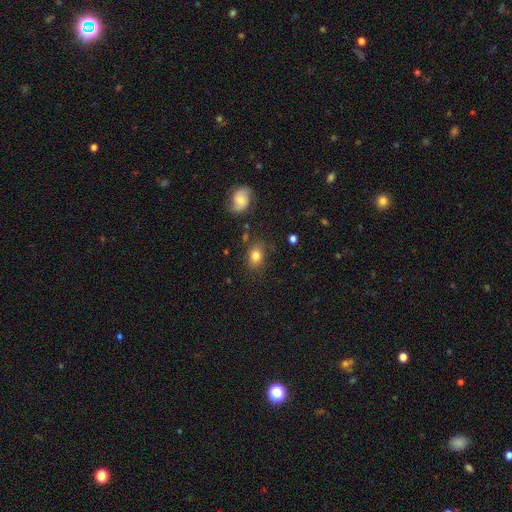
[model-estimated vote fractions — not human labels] Smooth or featured?
  - smooth: 81% *
  - star or artifact: 10%
  - featured or disk: 9%
How rounded?
  - in between: 70% *
  - round: 28%
  - cigar-shaped: 1%
Merging?
  - none: 75% *
  - minor disturbance: 17%
  - major disturbance: 5%
  - merger: 4%